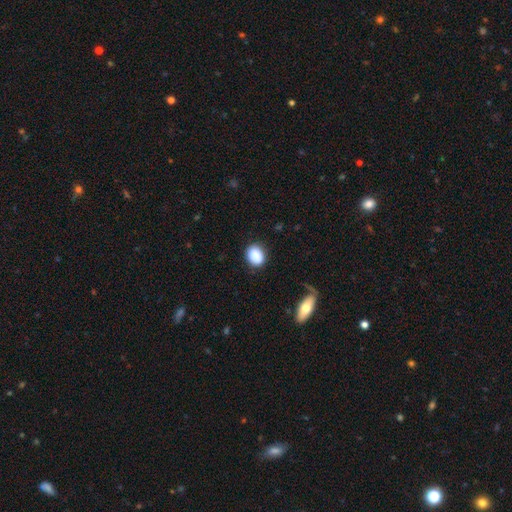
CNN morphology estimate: The model was most divided on "how rounded": in between: 56%, round: 43%, cigar-shaped: 1%. More confident: smooth or featured — smooth (88%); merging — none (83%).